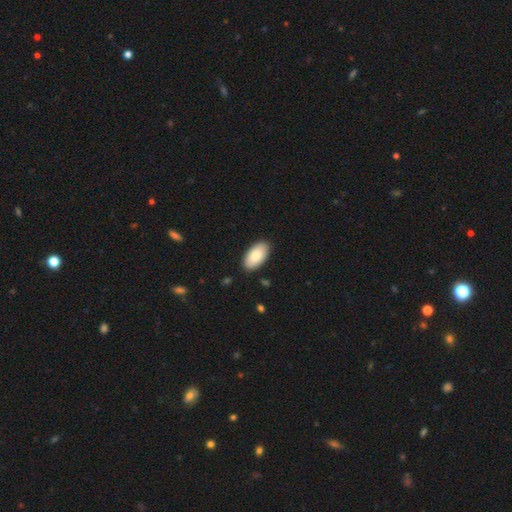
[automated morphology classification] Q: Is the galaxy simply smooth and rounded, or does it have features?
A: smooth — 85%.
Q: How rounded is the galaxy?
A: in between — 96%.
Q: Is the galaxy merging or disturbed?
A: none — 89%.